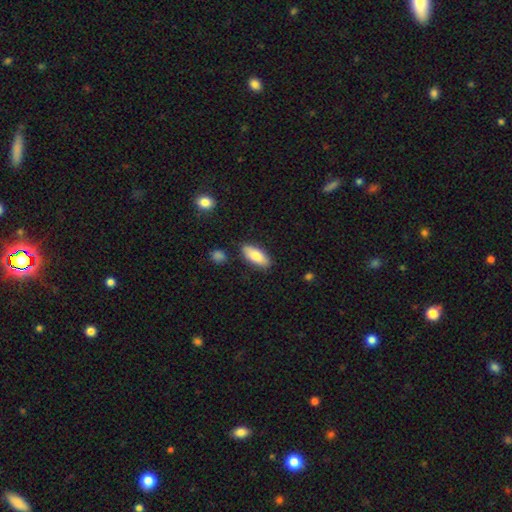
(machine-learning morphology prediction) A smooth galaxy with no disk features (81%) that is in between round and cigar-shaped (78%). Merging: none (84%).